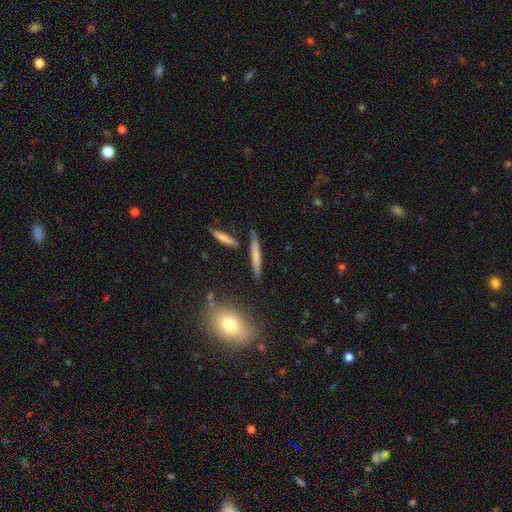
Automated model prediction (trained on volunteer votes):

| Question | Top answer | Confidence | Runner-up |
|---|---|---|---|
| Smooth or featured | smooth | 55% | featured or disk (38%) |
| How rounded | cigar-shaped | 91% | in between (6%) |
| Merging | none | 81% | minor disturbance (11%) |